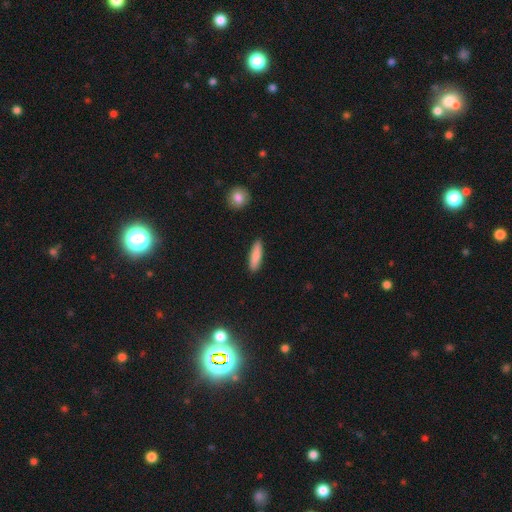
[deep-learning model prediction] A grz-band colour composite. It shows a smooth galaxy with no disk features (86%) that is cigar-shaped (69%). Merging: none (89%).